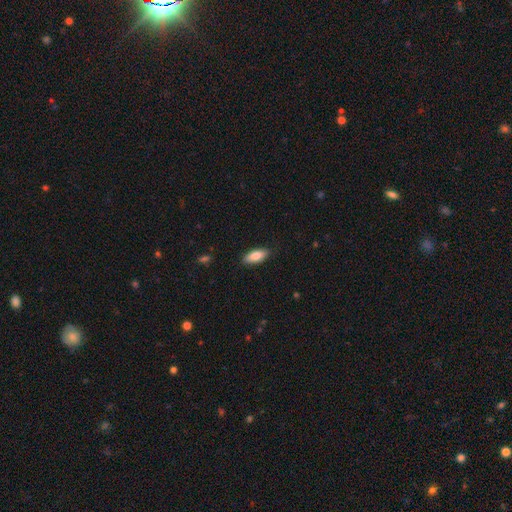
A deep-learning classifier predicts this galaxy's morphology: type=smooth (83%); roundness=in between (81%); merging=none (86%).